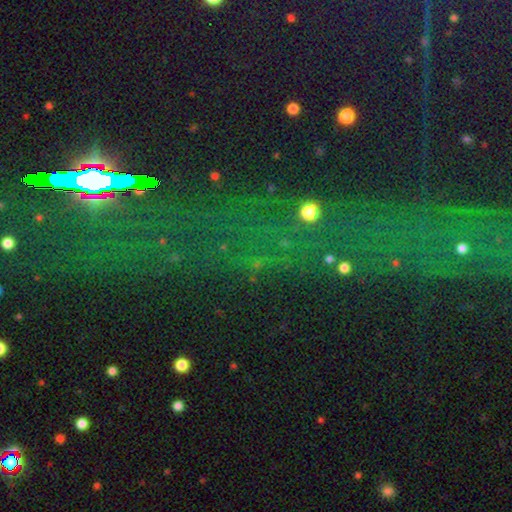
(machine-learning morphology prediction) The model was most divided on "smooth or featured": star or artifact: 73%, smooth: 14%, featured or disk: 13%.